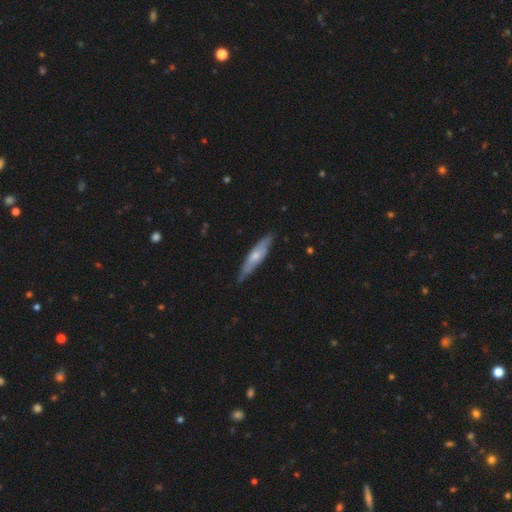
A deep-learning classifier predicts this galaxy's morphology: featured or disk 50%, smooth 45%, star or artifact 5%. Down the decision tree: merging — none (79%).